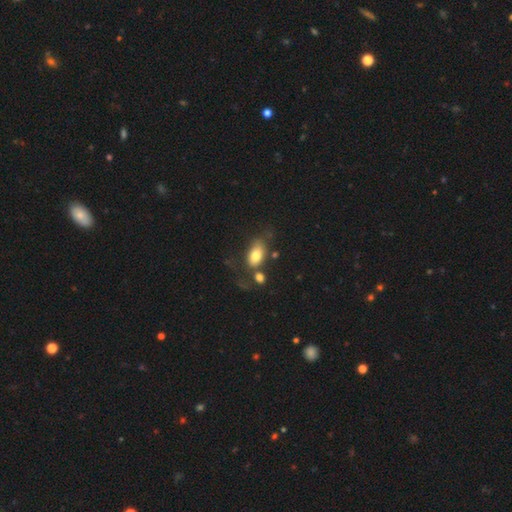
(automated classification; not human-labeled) Smooth or featured: smooth — 78% (featured or disk — 14%)
How rounded: in between — 90% (round — 8%)
Merging: none — 41% (merger — 20%)